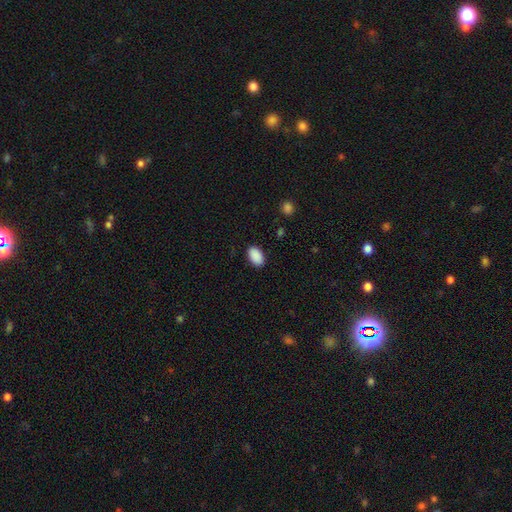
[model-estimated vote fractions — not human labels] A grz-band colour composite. It shows a smooth galaxy with no disk features (90%) that is in between round and cigar-shaped (91%). Merging: none (88%).